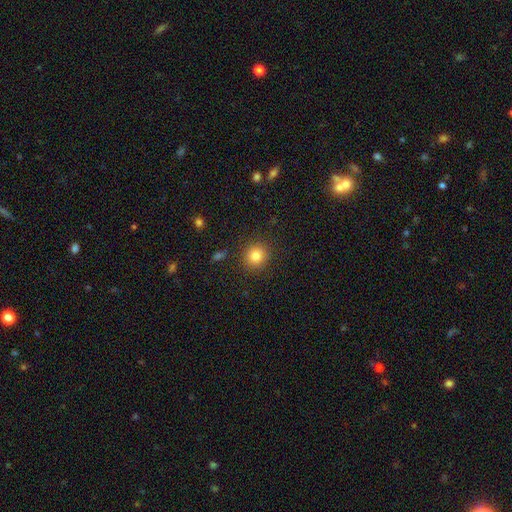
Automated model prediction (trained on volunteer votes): Smooth or featured?
  - smooth: 83% *
  - star or artifact: 11%
  - featured or disk: 6%
How rounded?
  - round: 89% *
  - in between: 10%
  - cigar-shaped: 1%
Merging?
  - none: 89% *
  - minor disturbance: 7%
  - major disturbance: 3%
  - merger: 1%